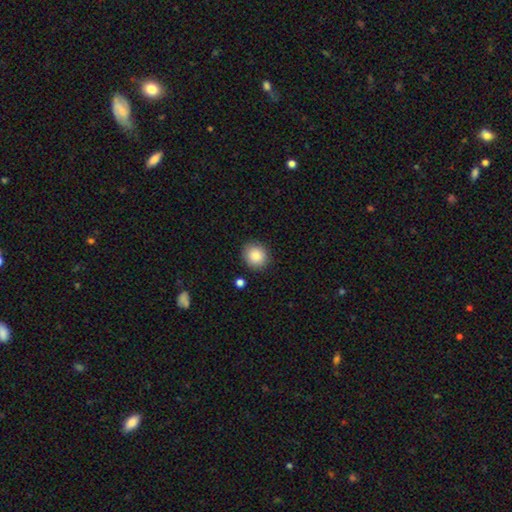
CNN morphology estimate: smooth-or-featured: smooth: 87% | star or artifact: 8% | featured or disk: 5%
  how-rounded: round: 84% | in between: 15% | cigar-shaped: 1%
  merging: none: 87% | minor disturbance: 9% | major disturbance: 2% | merger: 2%